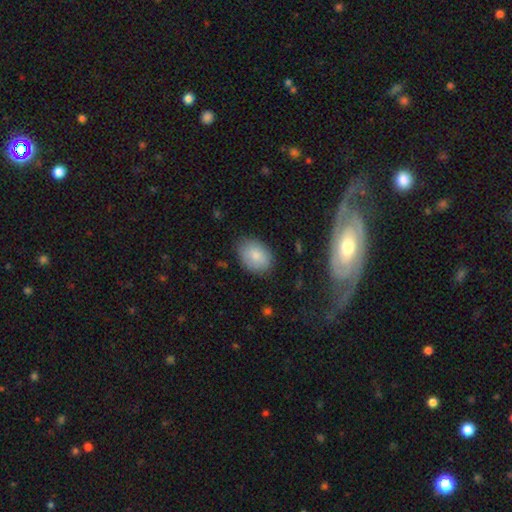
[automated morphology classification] Smooth or featured? Predicted: smooth (p=0.83). How rounded? Predicted: in between (p=0.74). Merging? Predicted: none (p=0.81).